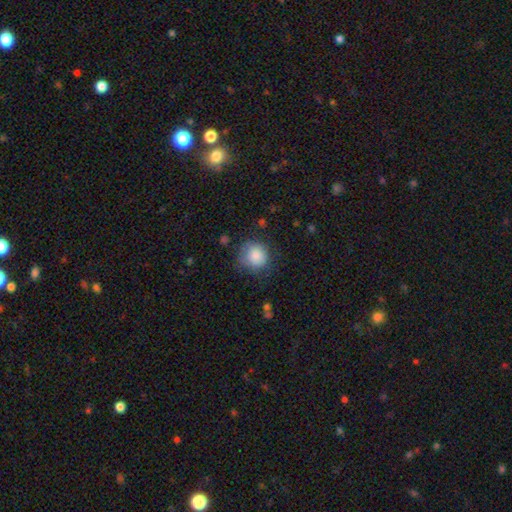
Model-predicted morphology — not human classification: A smooth galaxy with no disk features (85%) that is round (89%).

Vote fractions:
- Smooth or featured? smooth: 85% / star or artifact: 8% / featured or disk: 7%
- How rounded? round: 89% / in between: 10% / cigar-shaped: 1%
- Merging? none: 69% / minor disturbance: 21% / major disturbance: 8% / merger: 2%